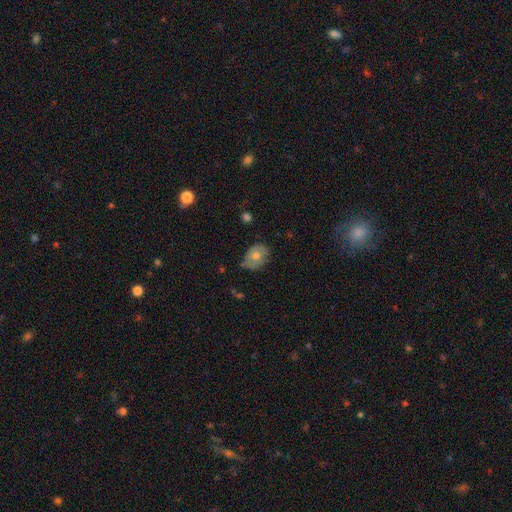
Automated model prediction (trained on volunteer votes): smooth 50%, featured or disk 40%, star or artifact 9%. Down the decision tree: how rounded — in between (74%); merging — none (71%).